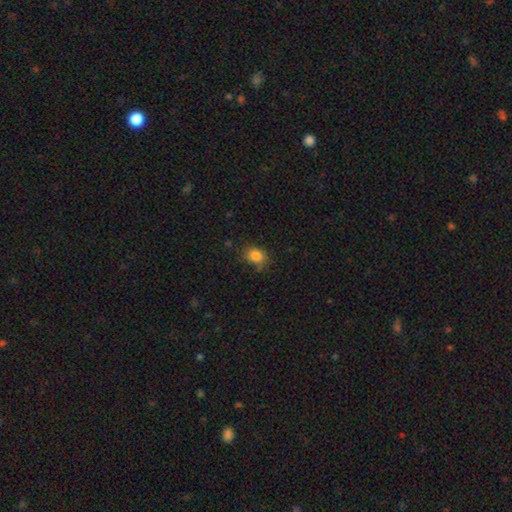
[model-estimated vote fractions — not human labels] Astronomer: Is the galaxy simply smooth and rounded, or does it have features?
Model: smooth — 84%.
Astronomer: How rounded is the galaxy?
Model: in between — 60% (runner-up: round, 39%).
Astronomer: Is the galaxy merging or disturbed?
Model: none — 76%.